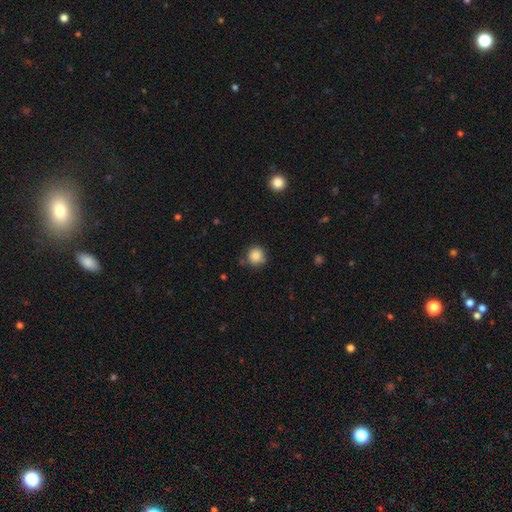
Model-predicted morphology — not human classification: Overall: smooth (86%). How rounded: round (92%). Merging: none (77%).